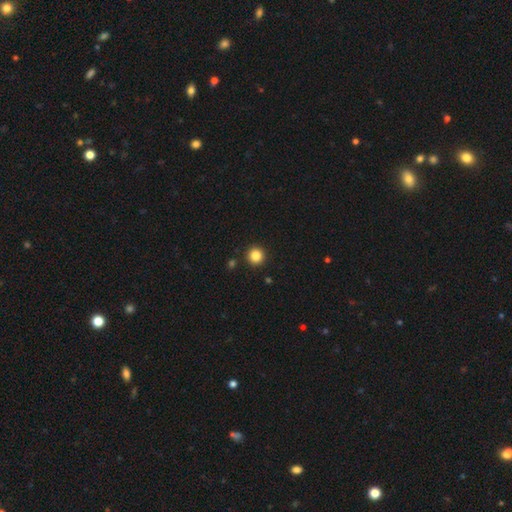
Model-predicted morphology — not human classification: Smooth or featured? smooth (85%)
How rounded? round (95%)
Merging? none (92%)